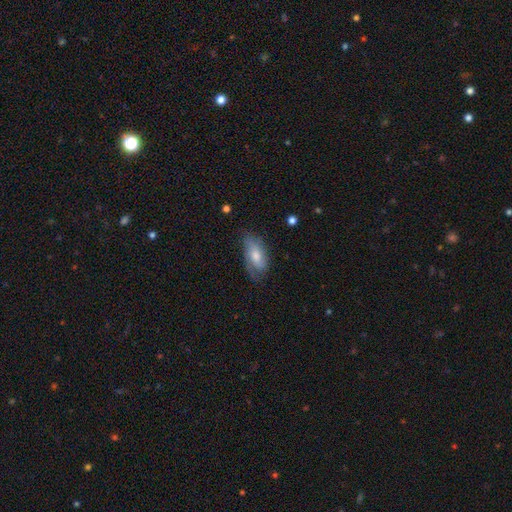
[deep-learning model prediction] This appears to be a smooth galaxy with no disk features (46%). Merging: none (61%).